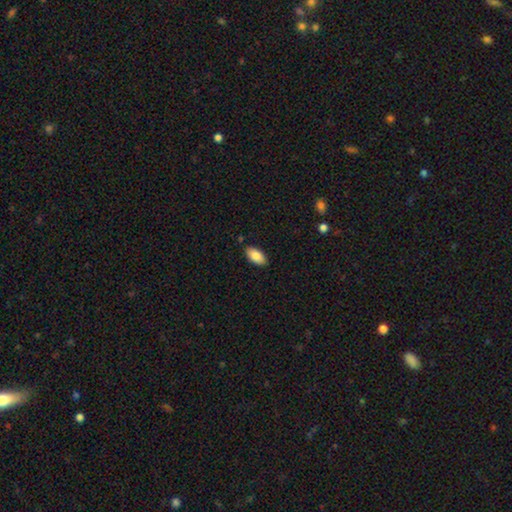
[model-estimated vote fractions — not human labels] The model was most divided on "smooth or featured": smooth: 84%, featured or disk: 9%, star or artifact: 6%. More confident: how rounded — in between (94%); merging — none (87%).